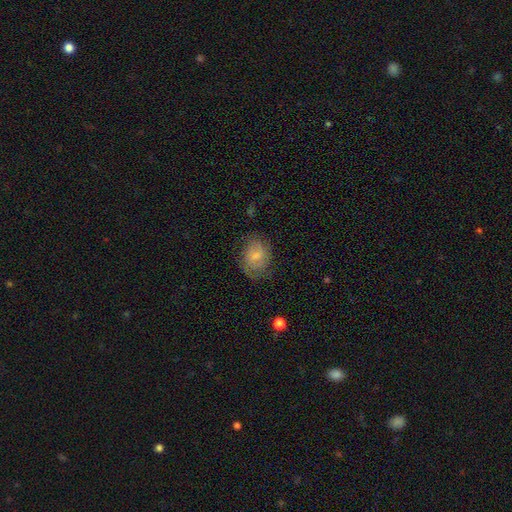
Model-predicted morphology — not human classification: This appears to be a smooth galaxy with no disk features (64%) that is in between round and cigar-shaped (55%). Merging: none (66%).